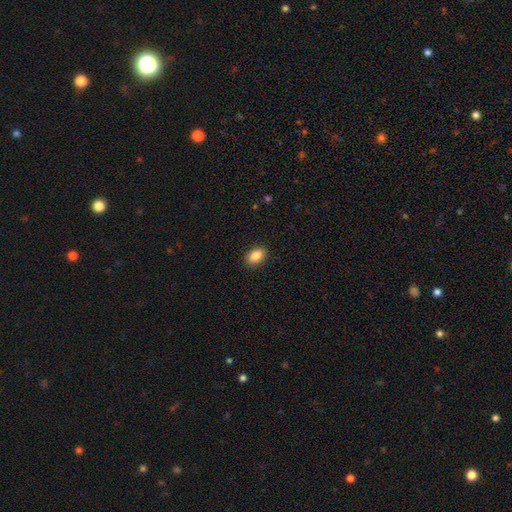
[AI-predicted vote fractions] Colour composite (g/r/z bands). It shows a smooth galaxy with no disk features (87%) that is in between round and cigar-shaped (85%). Merging: none (89%).